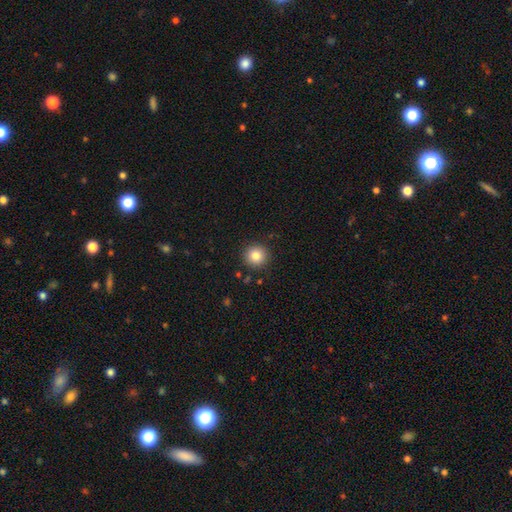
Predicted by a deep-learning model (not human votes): A smooth galaxy with no disk features (83%) that is round (94%).

Vote fractions:
- Smooth or featured? smooth: 83% / star or artifact: 11% / featured or disk: 7%
- How rounded? round: 94% / in between: 5% / cigar-shaped: 1%
- Merging? none: 91% / minor disturbance: 6% / major disturbance: 2% / merger: 1%